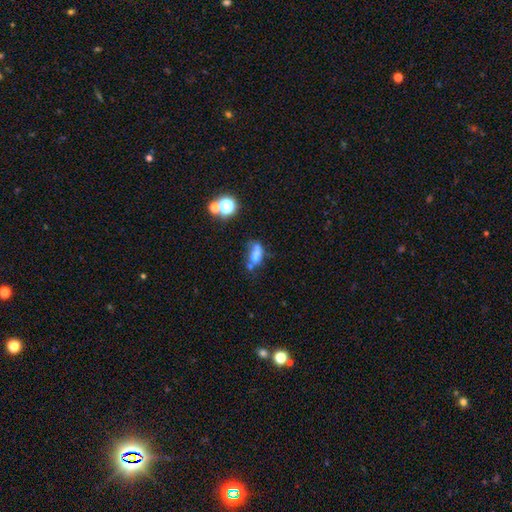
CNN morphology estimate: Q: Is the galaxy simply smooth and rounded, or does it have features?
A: smooth — 54%.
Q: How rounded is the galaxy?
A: in between — 68%.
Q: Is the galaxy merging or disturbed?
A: merger — 35%.